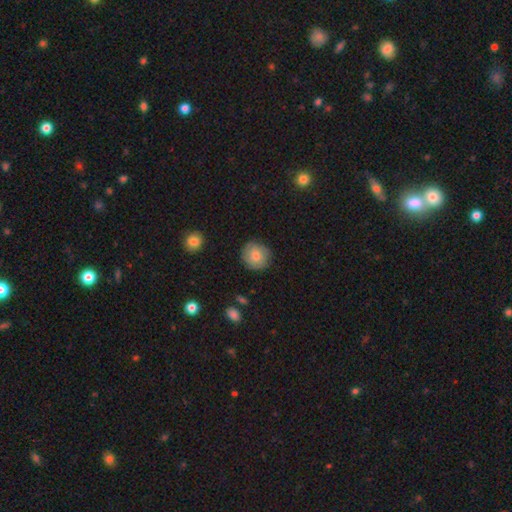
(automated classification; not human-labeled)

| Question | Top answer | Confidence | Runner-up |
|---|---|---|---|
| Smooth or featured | smooth | 80% | featured or disk (12%) |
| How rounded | round | 90% | in between (9%) |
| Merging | none | 86% | minor disturbance (10%) |